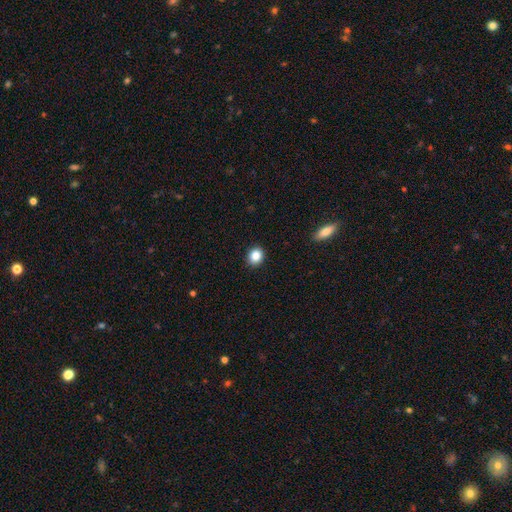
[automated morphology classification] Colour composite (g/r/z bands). It shows a smooth galaxy with no disk features (86%) that is round (70%). Merging: none (91%).